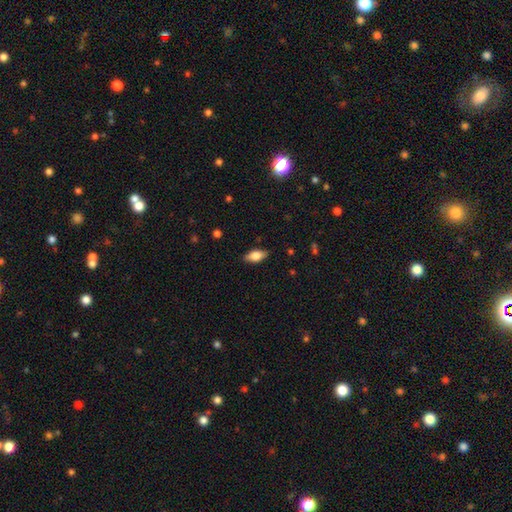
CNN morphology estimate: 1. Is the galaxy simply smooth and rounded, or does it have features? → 74% smooth, 19% featured or disk, 7% star or artifact.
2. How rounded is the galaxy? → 86% in between, 11% cigar-shaped, 3% round.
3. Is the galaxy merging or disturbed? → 86% none, 10% minor disturbance, 2% major disturbance, 1% merger.